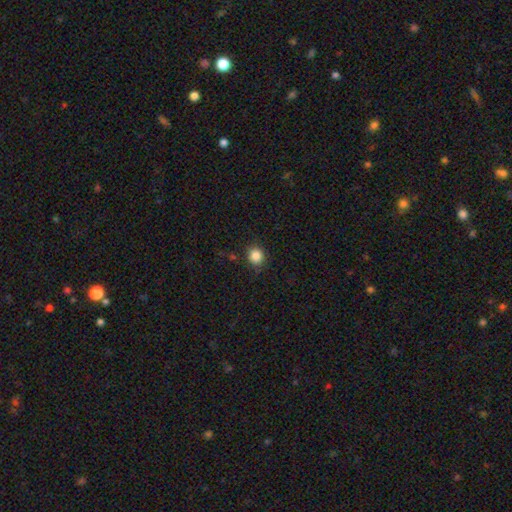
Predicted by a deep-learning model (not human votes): The model was most divided on "how rounded": round: 85%, in between: 14%, cigar-shaped: 1%. More confident: merging — none (86%); smooth or featured — smooth (85%).